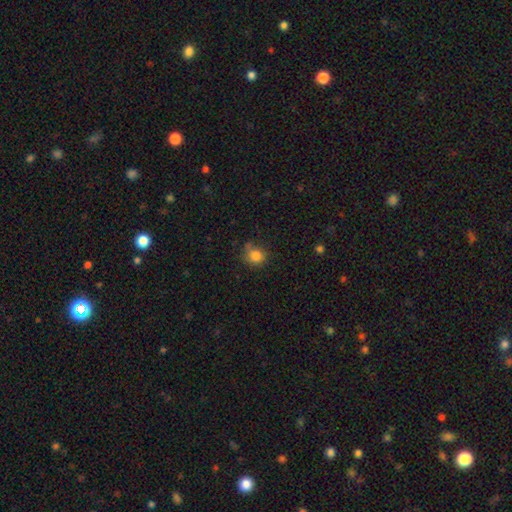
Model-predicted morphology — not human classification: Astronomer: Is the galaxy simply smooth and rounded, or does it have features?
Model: smooth — 82%.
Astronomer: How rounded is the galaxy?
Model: round — 83%.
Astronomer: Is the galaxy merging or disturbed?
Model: none — 66%.